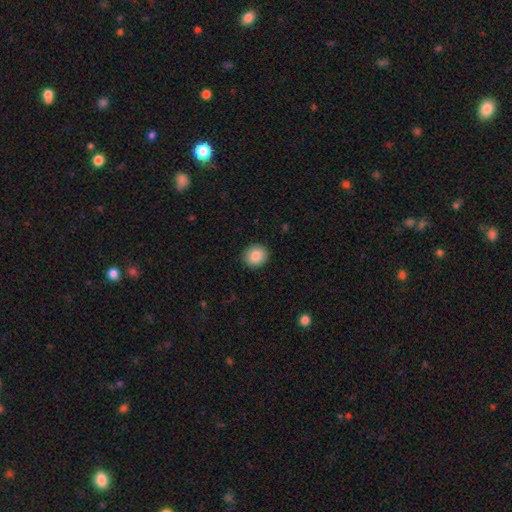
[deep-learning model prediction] Q: Smooth or featured?
A: smooth (86%); runner-up: star or artifact (8%)
Q: How rounded?
A: round (82%); runner-up: in between (17%)
Q: Merging?
A: none (90%); runner-up: minor disturbance (7%)